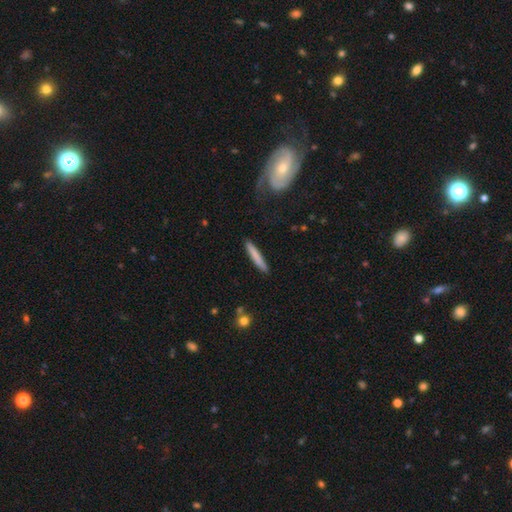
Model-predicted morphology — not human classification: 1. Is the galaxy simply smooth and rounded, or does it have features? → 75% smooth, 19% featured or disk, 6% star or artifact.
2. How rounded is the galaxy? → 95% cigar-shaped, 4% in between, 1% round.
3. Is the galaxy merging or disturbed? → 88% none, 8% minor disturbance, 2% major disturbance, 2% merger.